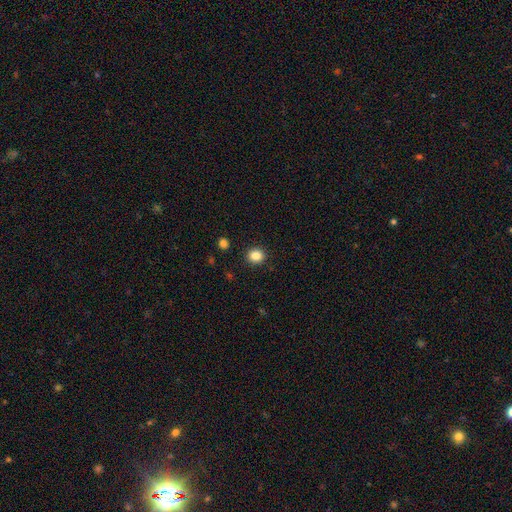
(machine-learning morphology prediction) Overall: smooth (86%). How rounded: round (77%). Merging: none (91%).